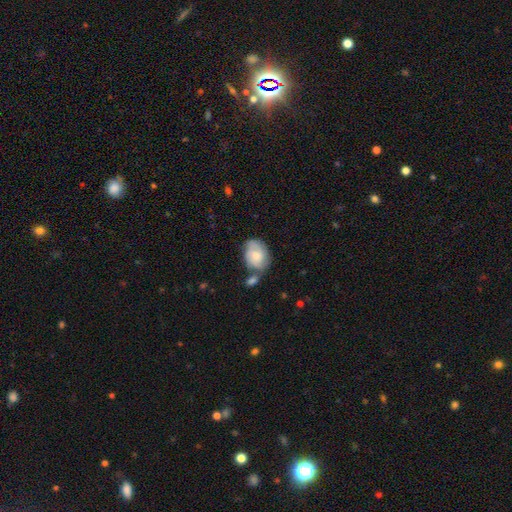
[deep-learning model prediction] Overall: smooth (53%; featured or disk 40%). How rounded: in between (67%; round 31%). Merging: none (46%; minor disturbance 24%).